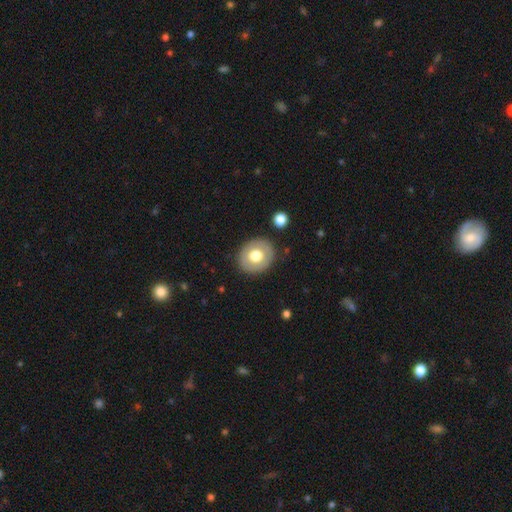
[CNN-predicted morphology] Overall: smooth (61%; featured or disk 32%). How rounded: round (72%). Merging: none (86%).